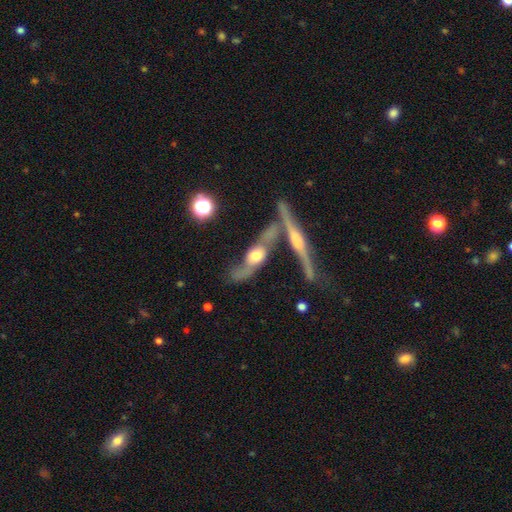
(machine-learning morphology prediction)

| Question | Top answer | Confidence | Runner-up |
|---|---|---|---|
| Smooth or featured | featured or disk | 71% | smooth (22%) |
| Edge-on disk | yes | 52% | no (48%) |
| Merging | merger | 41% | none (32%) |